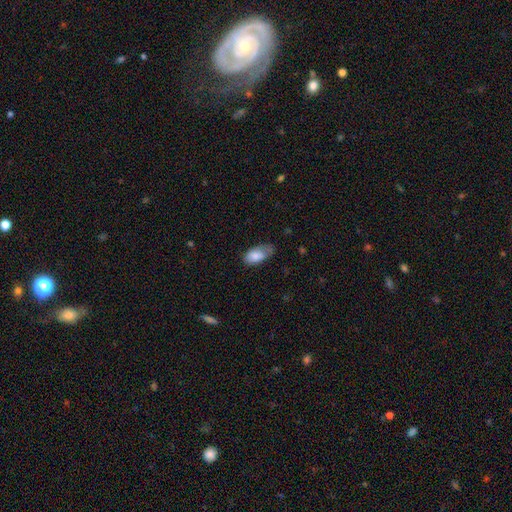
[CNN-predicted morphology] type=smooth (82%); roundness=in between (93%); merging=none (44%).